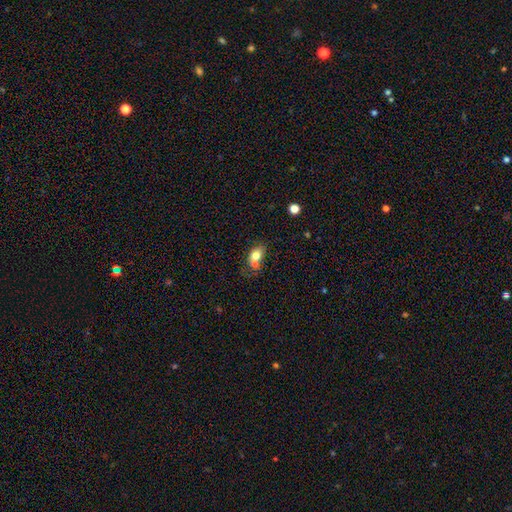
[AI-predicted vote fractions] This is likely a smooth galaxy (75%). How rounded: likely in between (70%). Merging: marginally merger (41%).